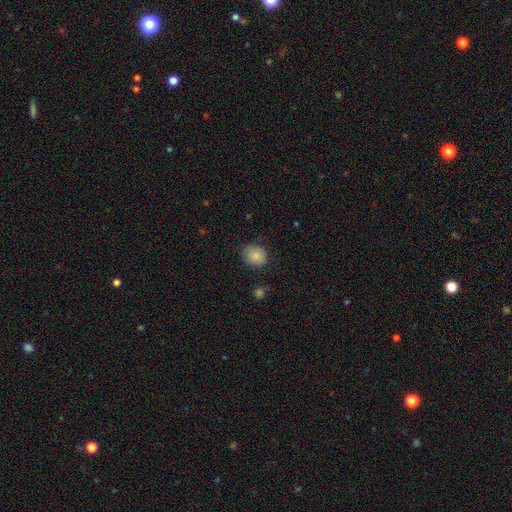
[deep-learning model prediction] Smooth or featured? Predicted: smooth (p=0.85). How rounded? Predicted: round (p=0.63). Merging? Predicted: none (p=0.76).